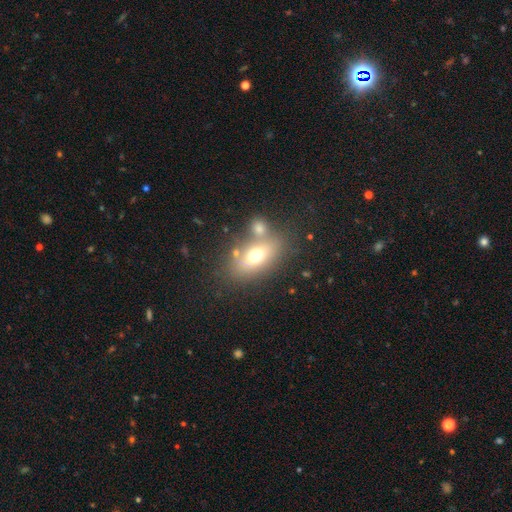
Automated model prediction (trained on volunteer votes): Smooth or featured? Predicted: smooth (p=0.64). How rounded? Predicted: in between (p=0.80). Merging? Predicted: none (p=0.56).